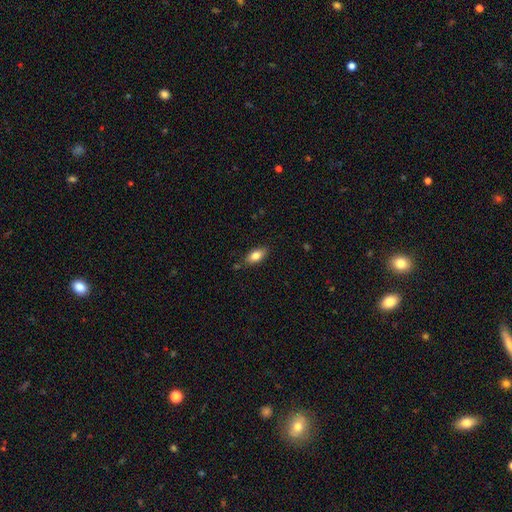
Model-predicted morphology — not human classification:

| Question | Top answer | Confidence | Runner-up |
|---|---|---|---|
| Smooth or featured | smooth | 80% | featured or disk (12%) |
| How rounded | in between | 87% | cigar-shaped (9%) |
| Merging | none | 81% | minor disturbance (14%) |